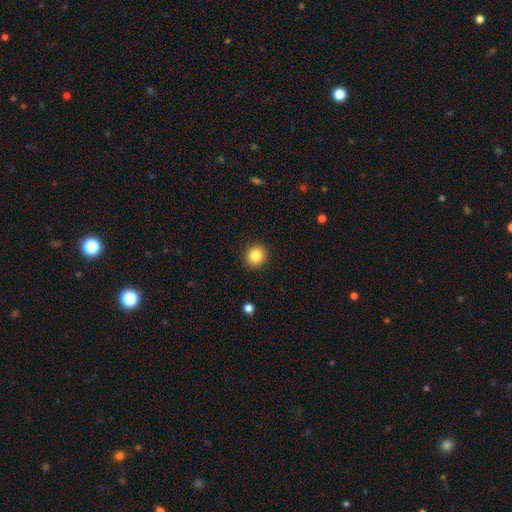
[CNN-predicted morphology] A smooth galaxy with no disk features (85%) that is round (87%).

Vote fractions:
- Smooth or featured? smooth: 85% / star or artifact: 10% / featured or disk: 5%
- How rounded? round: 87% / in between: 12% / cigar-shaped: 1%
- Merging? none: 92% / minor disturbance: 6% / major disturbance: 2% / merger: 1%